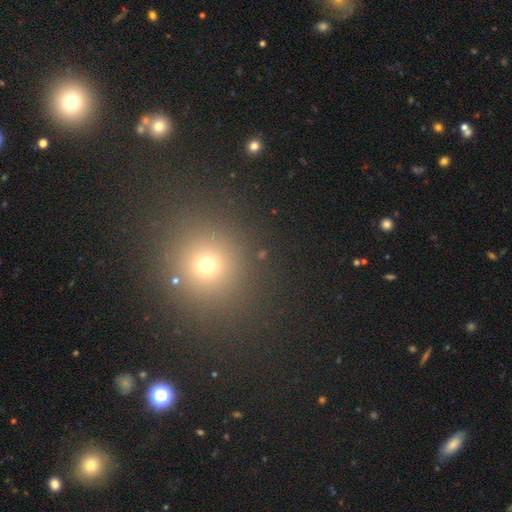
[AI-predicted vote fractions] Smooth or featured? smooth (55%)
How rounded? round (86%)
Merging? none (88%)